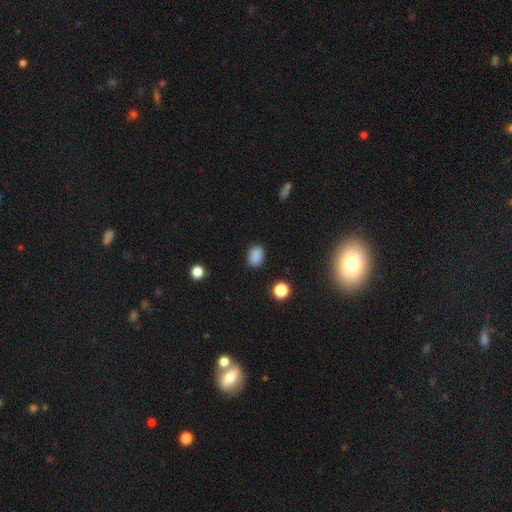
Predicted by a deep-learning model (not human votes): Overall: smooth (86%). How rounded: in between (74%). Merging: none (86%).